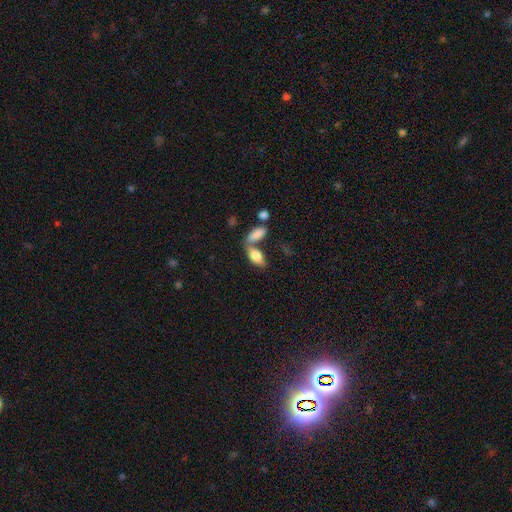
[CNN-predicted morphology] The model was most divided on "merging" (2-way tie): none: 41%, merger: 41%, minor disturbance: 12%, major disturbance: 6%. More confident: how rounded — in between (86%); smooth or featured — smooth (78%).